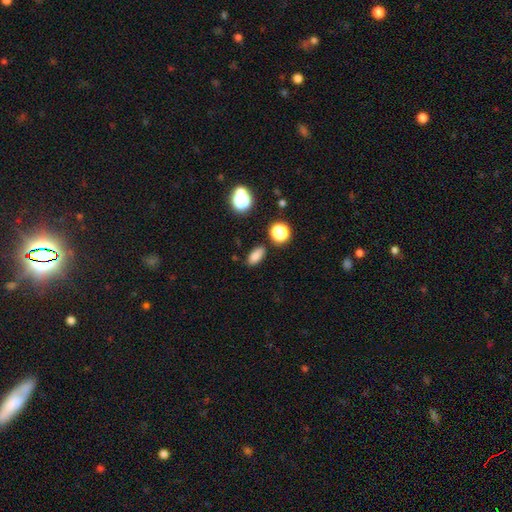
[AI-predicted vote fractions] Smooth or featured? Predicted: smooth (p=0.81). How rounded? Predicted: in between (p=0.84). Merging? Predicted: none (p=0.85).